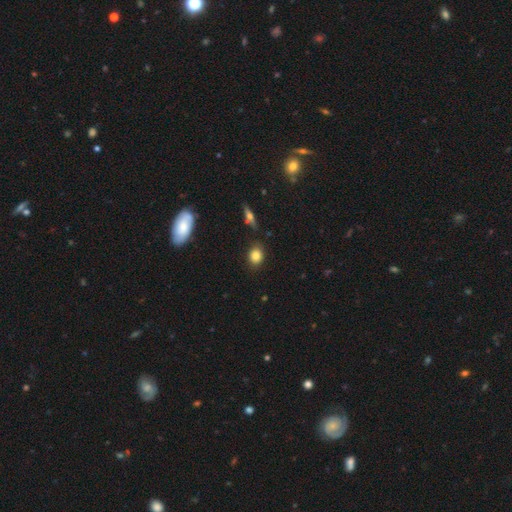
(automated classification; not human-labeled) smooth 82%, star or artifact 10%, featured or disk 8%. Down the decision tree: how rounded — round (58%); merging — none (82%).